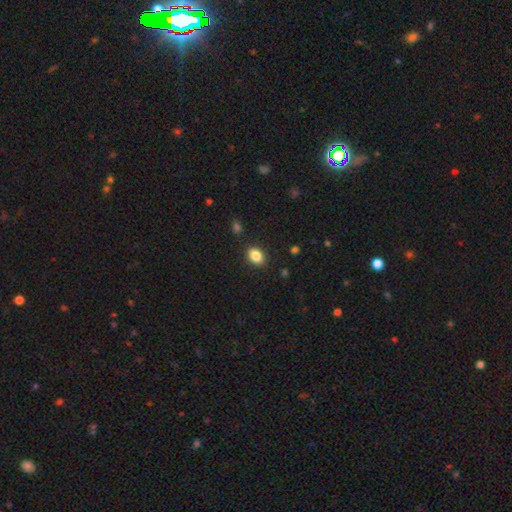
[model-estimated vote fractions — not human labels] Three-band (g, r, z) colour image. It shows a smooth galaxy with no disk features (86%) that is in between round and cigar-shaped (80%). Merging: none (87%).